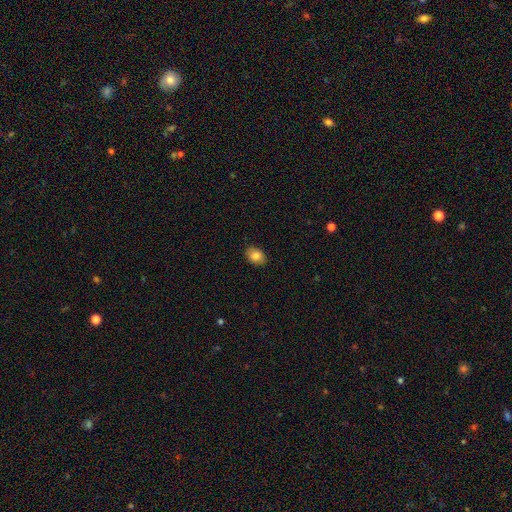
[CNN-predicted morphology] Smooth or featured? Predicted: smooth (p=0.84). How rounded? Predicted: in between (p=0.69). Merging? Predicted: none (p=0.87).